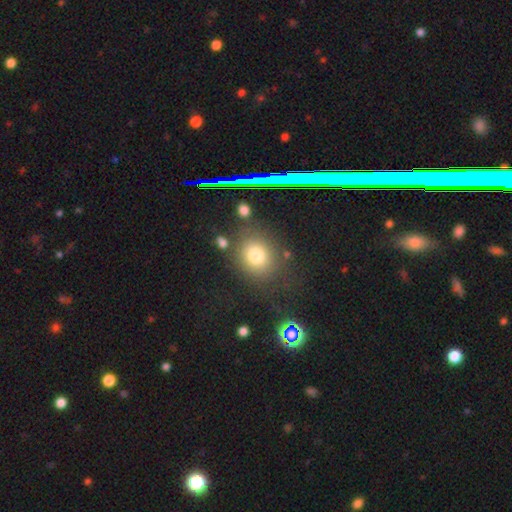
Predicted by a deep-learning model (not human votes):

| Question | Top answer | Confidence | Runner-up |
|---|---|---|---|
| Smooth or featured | smooth | 75% | star or artifact (15%) |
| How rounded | round | 67% | in between (31%) |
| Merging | none | 76% | minor disturbance (12%) |